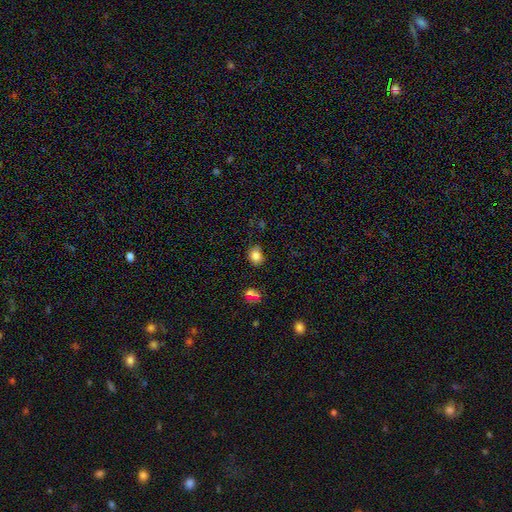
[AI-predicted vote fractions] Morphology: type=smooth (82%); roundness=round (54%); merging=none (74%).